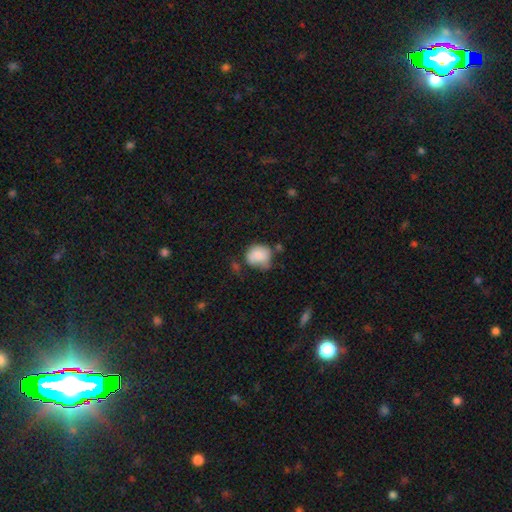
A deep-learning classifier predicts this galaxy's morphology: type=smooth (82%); roundness=round (65%); merging=none (41%).